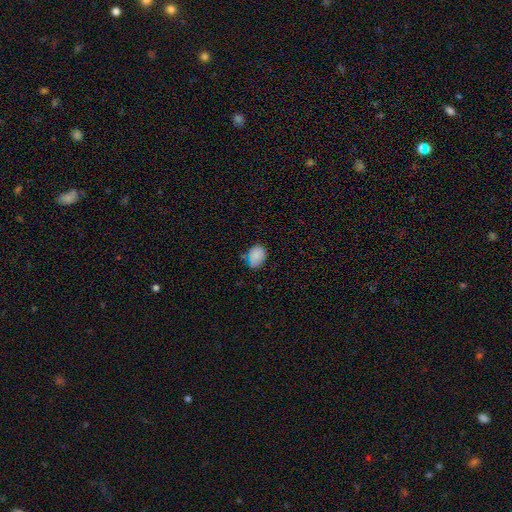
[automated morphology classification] Smooth or featured? Predicted: smooth (p=0.85). How rounded? Predicted: in between (p=0.66). Merging? Predicted: none (p=0.61).